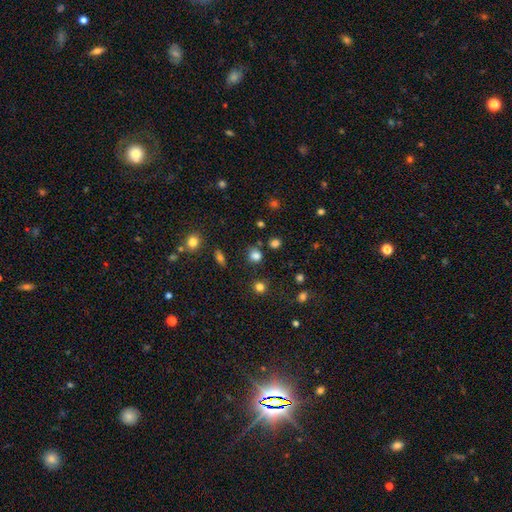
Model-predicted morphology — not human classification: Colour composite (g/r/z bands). It shows a smooth galaxy with no disk features (78%) that is round (79%). Merging: none (77%).